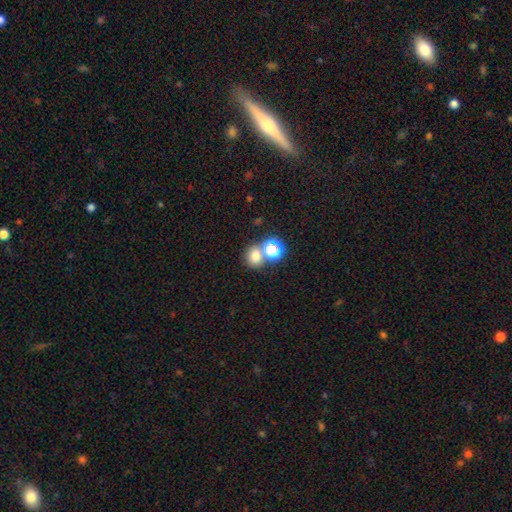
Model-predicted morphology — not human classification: This is likely a smooth galaxy (71%). How rounded: likely round (72%). Merging: possibly none (58%).